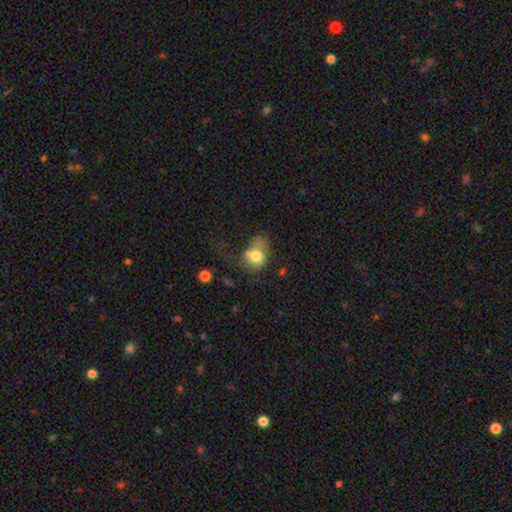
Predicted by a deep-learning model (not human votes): This appears to be a smooth galaxy with no disk features (70%) that is in between round and cigar-shaped (57%). Merging: none (29%, tied with major disturbance).